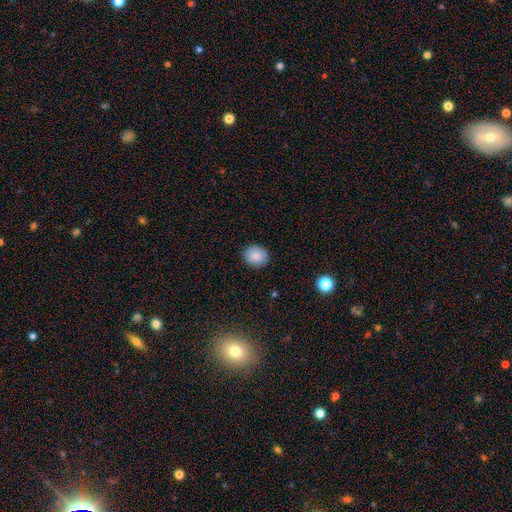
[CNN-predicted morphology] A smooth galaxy with no disk features (87%) that is round (69%). Merging: none (88%).